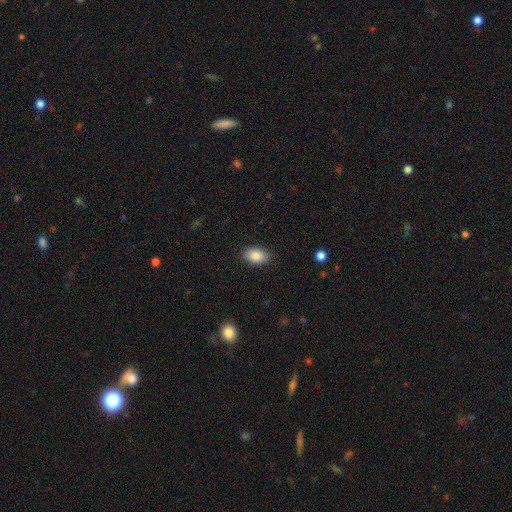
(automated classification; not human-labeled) smooth 86%, star or artifact 8%, featured or disk 6%. Down the decision tree: how rounded — in between (90%); merging — none (88%).